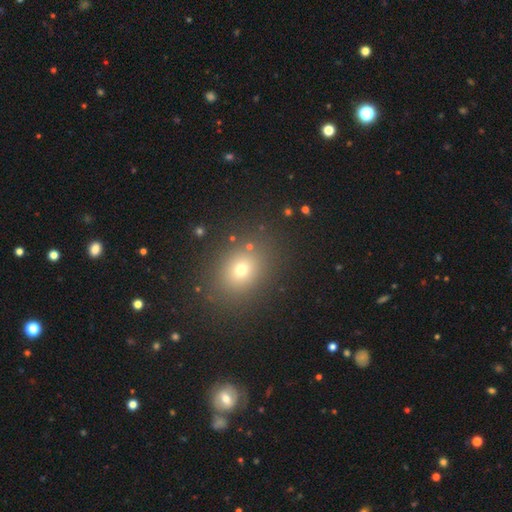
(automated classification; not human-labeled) smooth-or-featured: smooth: 60% | star or artifact: 31% | featured or disk: 9%
  how-rounded: round: 56% | in between: 43% | cigar-shaped: 2%
  merging: none: 88% | minor disturbance: 7% | major disturbance: 3% | merger: 2%